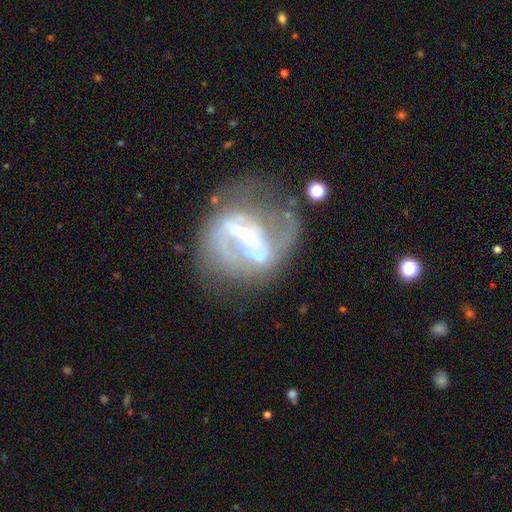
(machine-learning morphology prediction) A featured or disk galaxy (77%) with a strong bar (68%), spiral arms (62%) and a moderate central bulge (42%).

Vote fractions:
- Smooth or featured? featured or disk: 77% / smooth: 14% / star or artifact: 9%
- Edge-on disk? no: 93% / yes: 7%
- Bar? strong: 68% / weak: 20% / no: 11%
- Spiral arms? yes: 62% / no: 38%
- Bulge size? moderate: 42% / small: 29% / none: 15% / large: 11% / dominant: 3%
- Merging? major disturbance: 38% / none: 36% / minor disturbance: 18% / merger: 9%